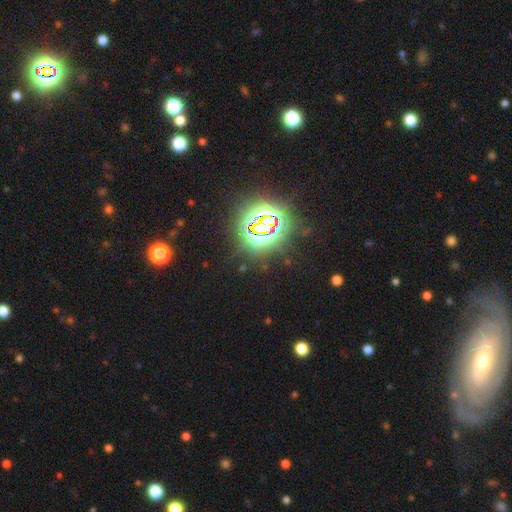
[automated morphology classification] smooth-or-featured: star or artifact: 69% | featured or disk: 16% | smooth: 14%